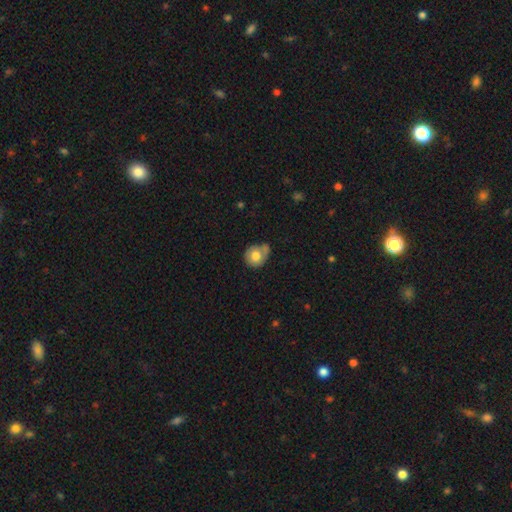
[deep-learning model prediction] This appears to be a smooth galaxy with no disk features (73%) that is round (72%). Merging: none (49%).